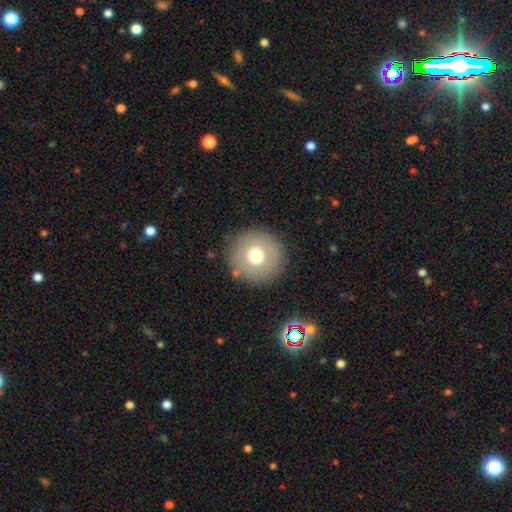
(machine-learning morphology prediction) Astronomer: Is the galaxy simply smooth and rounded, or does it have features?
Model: smooth — 68%.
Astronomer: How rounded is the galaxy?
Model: round — 95%.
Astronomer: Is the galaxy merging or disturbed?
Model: none — 86%.